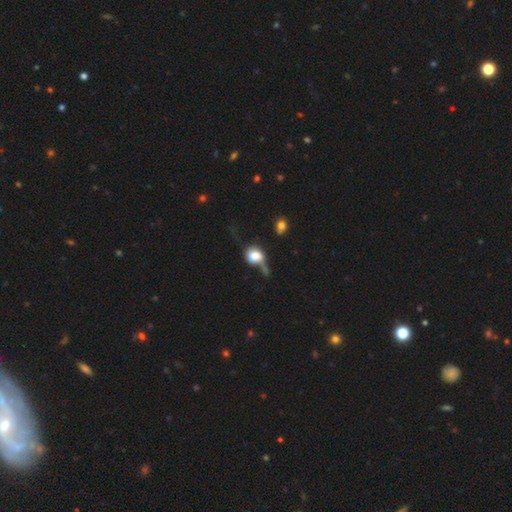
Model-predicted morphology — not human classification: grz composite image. It shows a smooth galaxy with no disk features (64%) that is round (65%). Merging: major disturbance (29%).